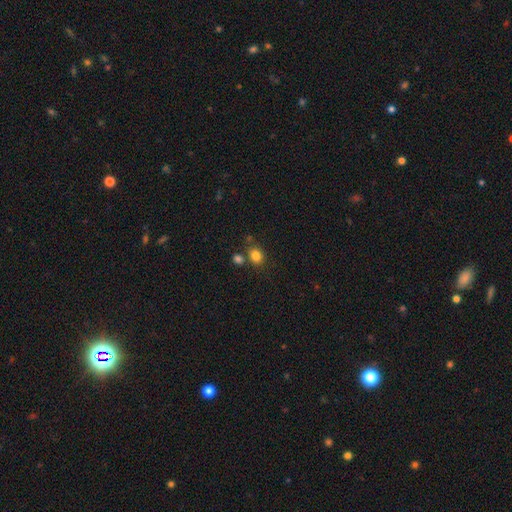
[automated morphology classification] Smooth or featured? smooth (82%)
How rounded? round (62%)
Merging? none (69%)